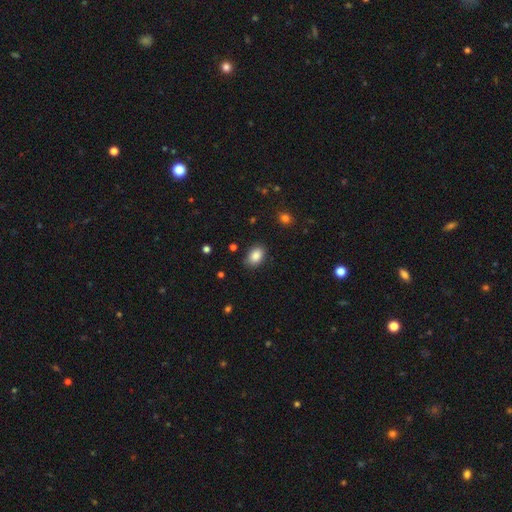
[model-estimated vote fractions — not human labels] Morphology: type=smooth (87%); roundness=in between (84%); merging=none (85%).